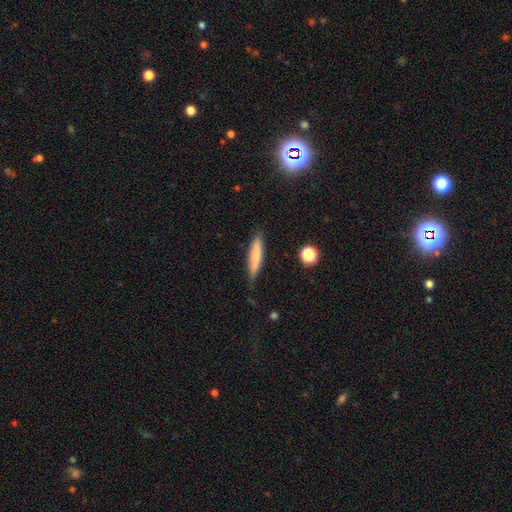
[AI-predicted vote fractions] Smooth or featured: smooth — 74% (featured or disk — 19%)
How rounded: cigar-shaped — 85% (in between — 13%)
Merging: none — 77% (minor disturbance — 18%)